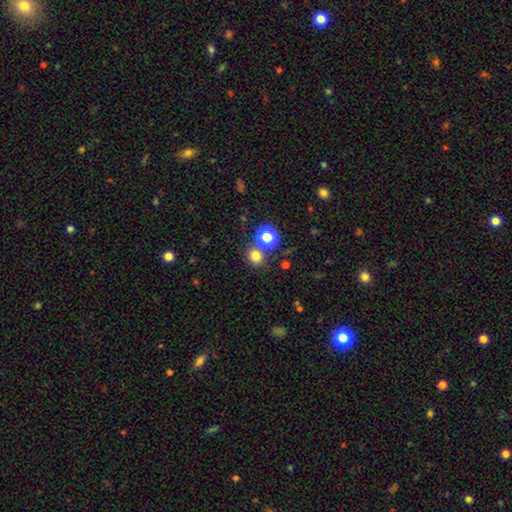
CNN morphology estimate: Smooth or featured? Predicted: smooth (p=0.76). How rounded? Predicted: round (p=0.82). Merging? Predicted: none (p=0.73).